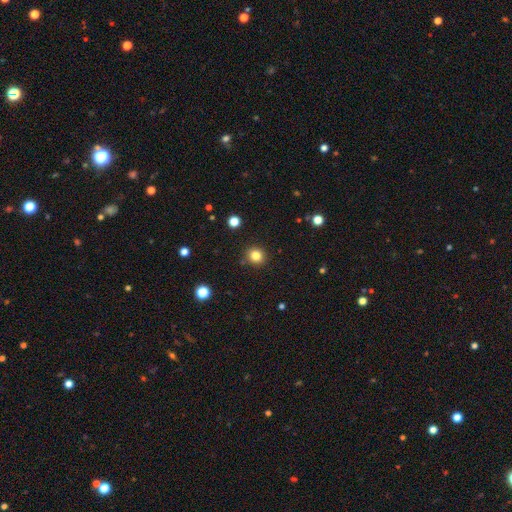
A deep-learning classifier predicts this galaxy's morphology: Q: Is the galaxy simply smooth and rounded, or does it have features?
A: smooth — 82%.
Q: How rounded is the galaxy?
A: round — 89%.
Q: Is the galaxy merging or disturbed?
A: none — 88%.